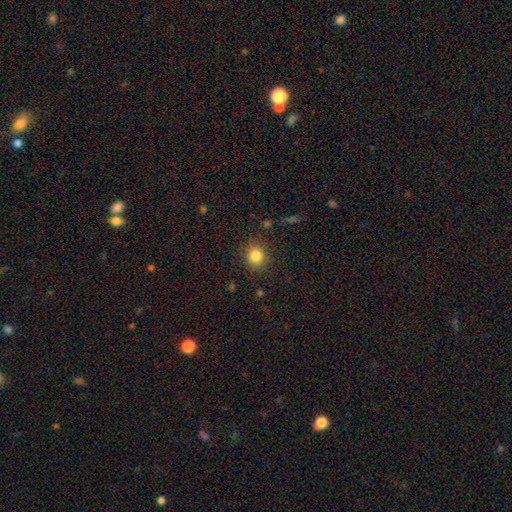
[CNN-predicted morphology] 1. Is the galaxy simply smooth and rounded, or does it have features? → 83% smooth, 11% star or artifact, 6% featured or disk.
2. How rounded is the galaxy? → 81% round, 18% in between, 1% cigar-shaped.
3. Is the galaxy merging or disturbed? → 86% none, 9% minor disturbance, 3% major disturbance, 2% merger.